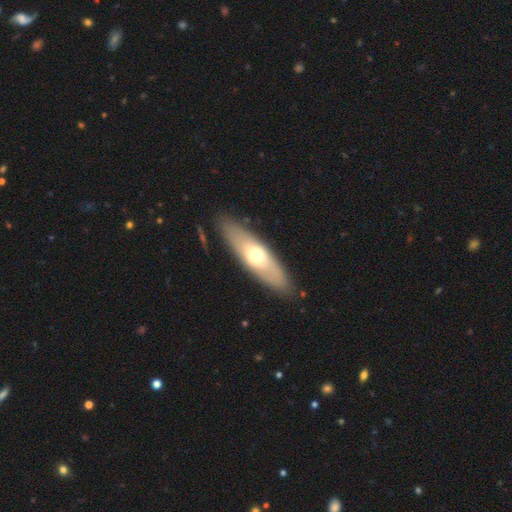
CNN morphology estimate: smooth_or_featured: smooth (p=0.51) [alt: featured or disk p=0.44]
how_rounded: cigar-shaped (p=0.52) [alt: in between p=0.46]
merging: none (p=0.86) [alt: minor disturbance p=0.10]